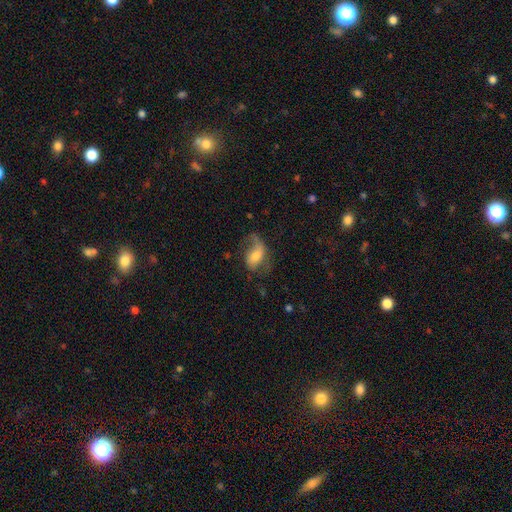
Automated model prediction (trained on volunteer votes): Smooth or featured: featured or disk — 52% (smooth — 40%)
Edge-on disk: no — 94% (yes — 6%)
Merging: none — 44% (major disturbance — 29%)